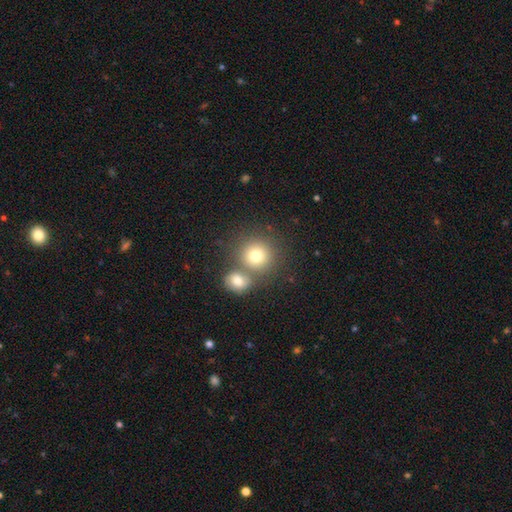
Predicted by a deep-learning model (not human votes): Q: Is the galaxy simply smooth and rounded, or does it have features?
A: smooth — 76%.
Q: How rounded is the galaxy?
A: round — 89%.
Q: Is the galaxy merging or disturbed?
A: none — 58%.